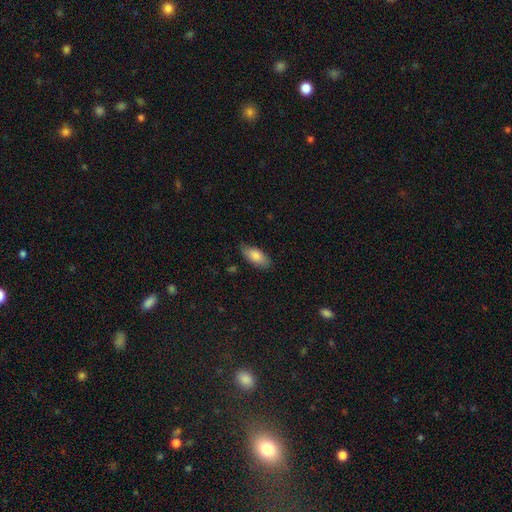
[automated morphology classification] Smooth or featured? smooth (82%)
How rounded? in between (86%)
Merging? none (79%)